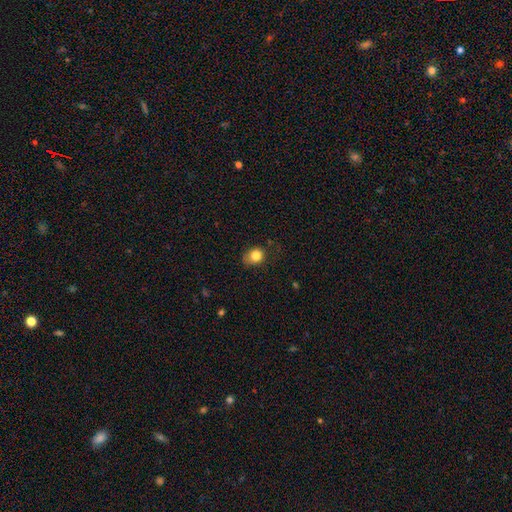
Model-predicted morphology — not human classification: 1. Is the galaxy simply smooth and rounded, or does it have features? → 83% smooth, 10% star or artifact, 7% featured or disk.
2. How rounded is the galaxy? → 57% round, 42% in between, 1% cigar-shaped.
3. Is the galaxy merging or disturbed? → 64% none, 27% minor disturbance, 8% major disturbance, 1% merger.